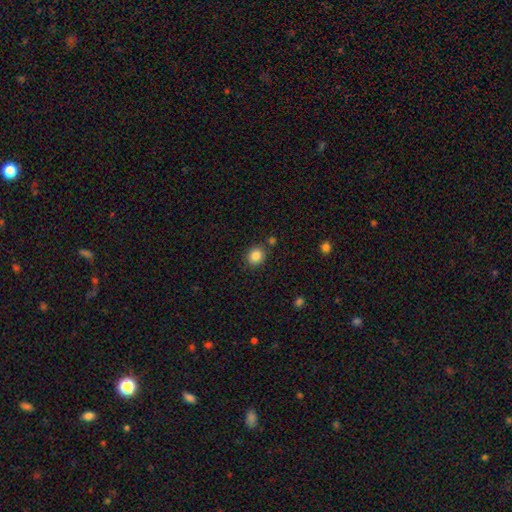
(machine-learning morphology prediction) Smooth or featured? Predicted: smooth (p=0.85). How rounded? Predicted: round (p=0.75). Merging? Predicted: none (p=0.83).